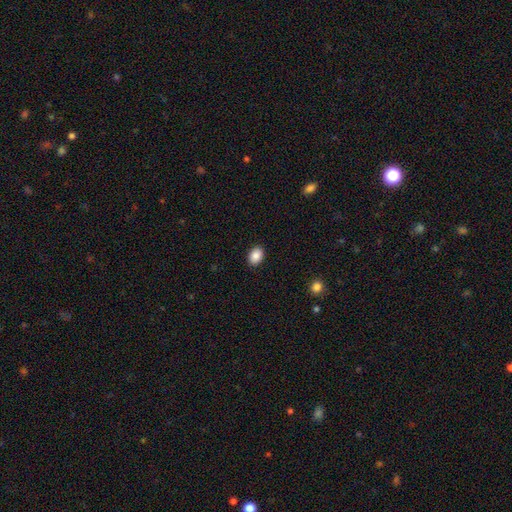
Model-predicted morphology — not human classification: A smooth galaxy with no disk features (88%) that is in between round and cigar-shaped (75%).

Vote fractions:
- Smooth or featured? smooth: 88% / star or artifact: 8% / featured or disk: 4%
- How rounded? in between: 75% / round: 24% / cigar-shaped: 1%
- Merging? none: 90% / minor disturbance: 7% / major disturbance: 2% / merger: 1%